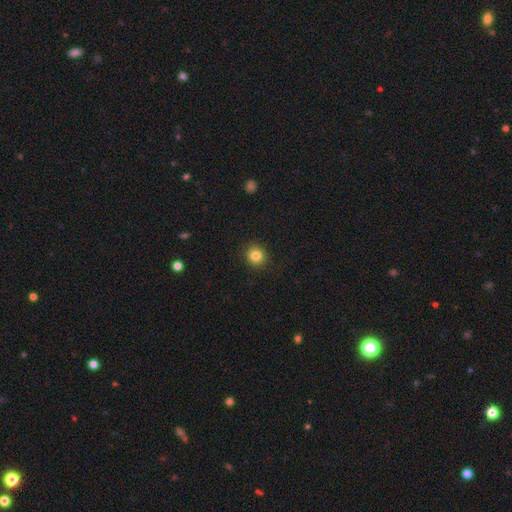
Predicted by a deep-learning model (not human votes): Overall: smooth (83%). How rounded: round (89%). Merging: none (91%).